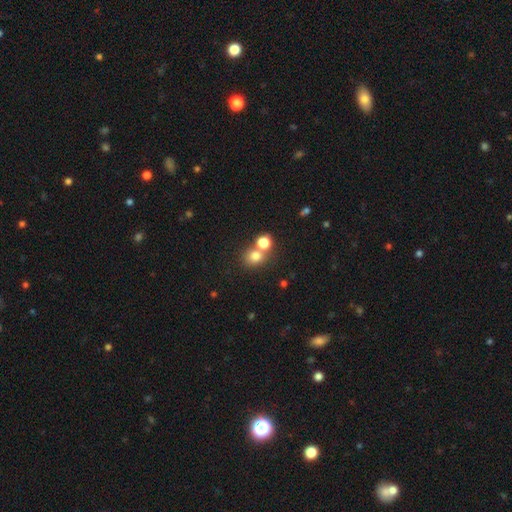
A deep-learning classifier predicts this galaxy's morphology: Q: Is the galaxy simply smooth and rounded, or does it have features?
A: smooth — 76%.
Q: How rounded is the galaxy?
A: round — 76%.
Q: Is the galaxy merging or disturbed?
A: none — 51%.